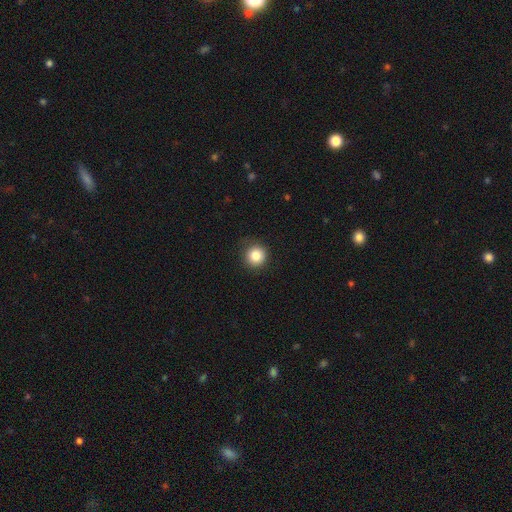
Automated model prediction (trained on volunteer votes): Morphology: type=smooth (85%); roundness=round (94%); merging=none (87%).